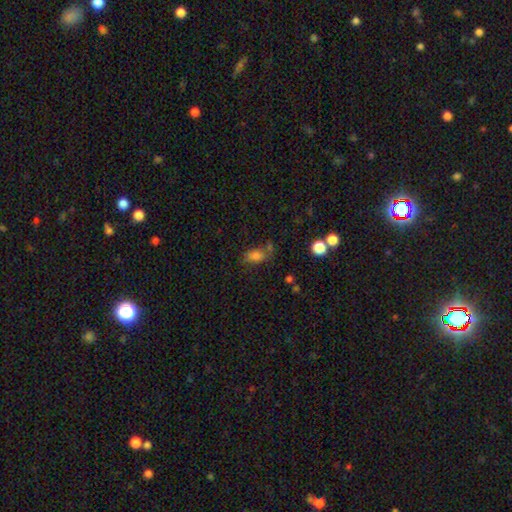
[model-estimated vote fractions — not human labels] Overall: smooth (78%). How rounded: in between (85%). Merging: none (55%; minor disturbance 21%).